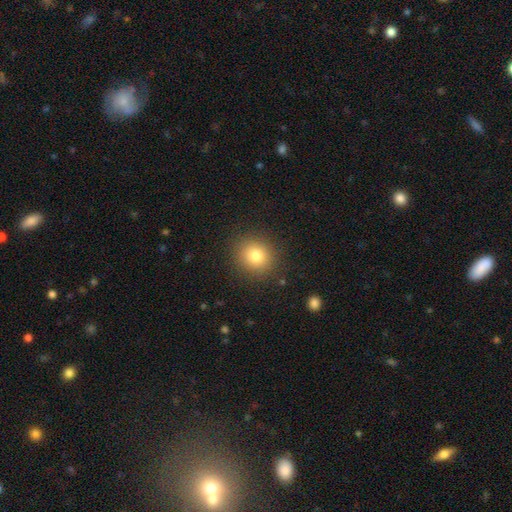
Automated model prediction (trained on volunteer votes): Smooth or featured? Predicted: smooth (p=0.80). How rounded? Predicted: round (p=0.87). Merging? Predicted: none (p=0.89).